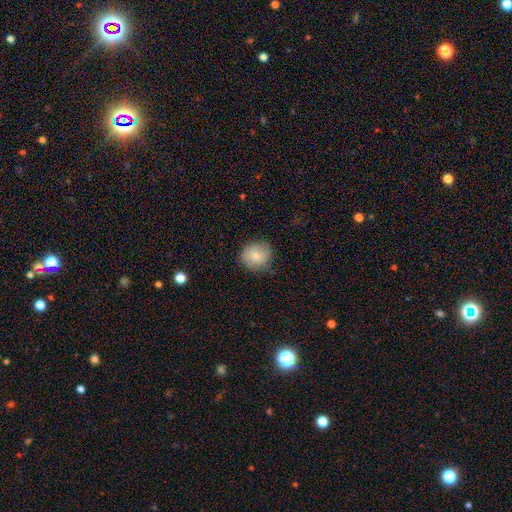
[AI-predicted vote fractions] This is likely a smooth galaxy (79%). How rounded: clearly round (85%). Merging: likely none (79%).